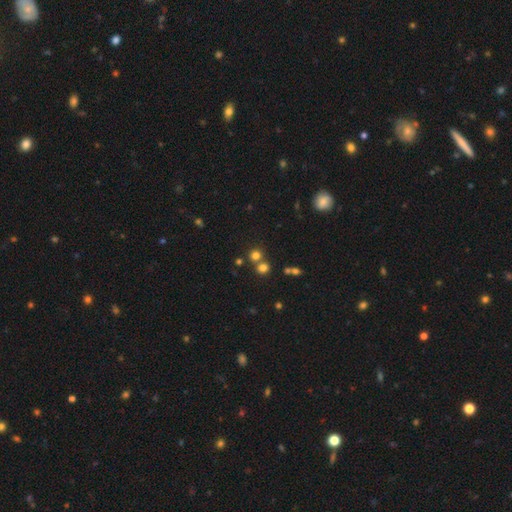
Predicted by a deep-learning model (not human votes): Smooth or featured? smooth (72%)
How rounded? round (88%)
Merging? none (62%)